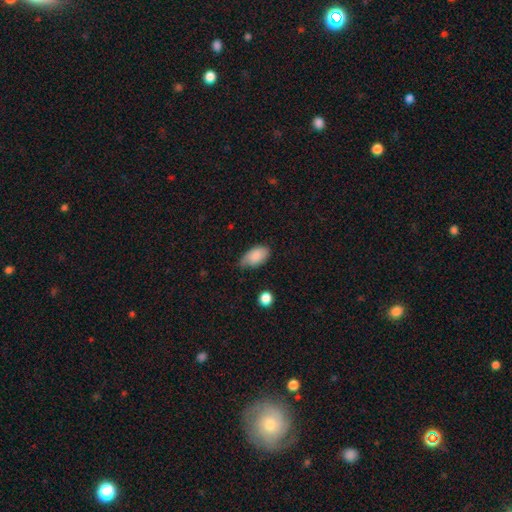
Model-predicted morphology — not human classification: Smooth or featured? smooth (85%)
How rounded? in between (92%)
Merging? none (50%)